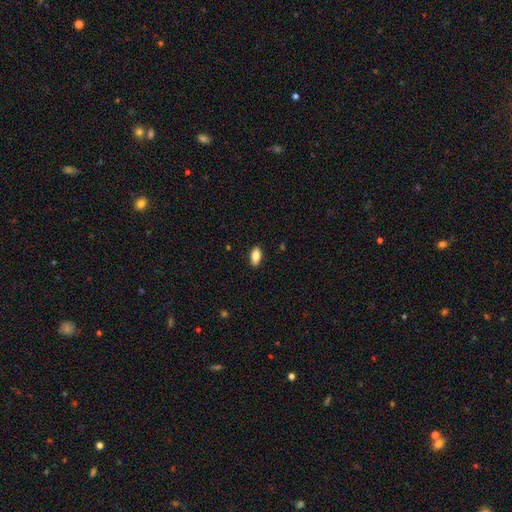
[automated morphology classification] type=smooth (81%); roundness=in between (89%); merging=none (89%).